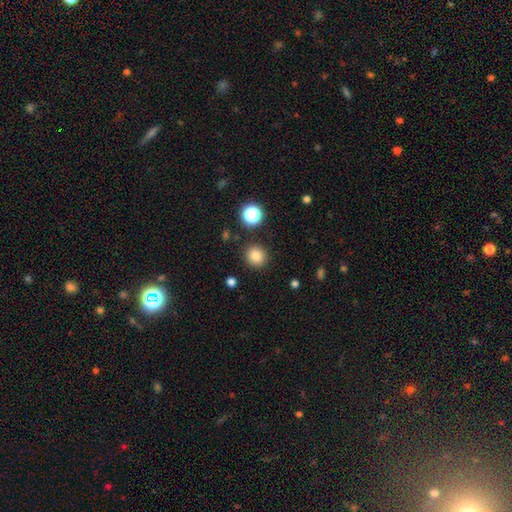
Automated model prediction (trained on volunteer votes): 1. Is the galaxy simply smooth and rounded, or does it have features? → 82% smooth, 13% star or artifact, 5% featured or disk.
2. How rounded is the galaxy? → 93% round, 6% in between, 1% cigar-shaped.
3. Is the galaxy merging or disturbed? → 89% none, 6% minor disturbance, 2% major disturbance, 2% merger.